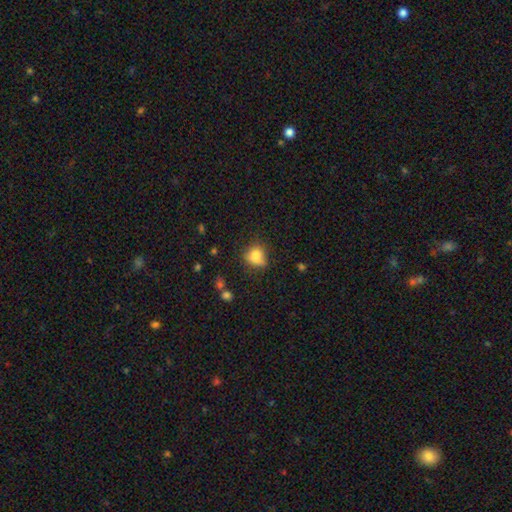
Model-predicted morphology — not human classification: Q: Smooth or featured?
A: smooth (80%); runner-up: star or artifact (11%)
Q: How rounded?
A: round (64%); runner-up: in between (35%)
Q: Merging?
A: none (53%); runner-up: minor disturbance (32%)